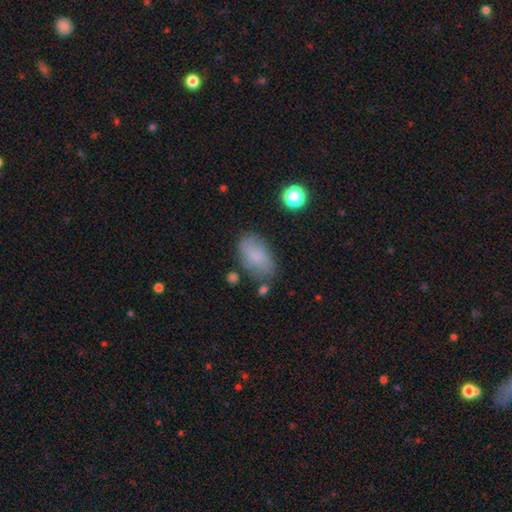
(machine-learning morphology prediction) A smooth galaxy with no disk features (70%) that is in between round and cigar-shaped (91%).

Vote fractions:
- Smooth or featured? smooth: 70% / featured or disk: 21% / star or artifact: 9%
- How rounded? in between: 91% / round: 6% / cigar-shaped: 2%
- Merging? none: 65% / minor disturbance: 23% / major disturbance: 7% / merger: 5%